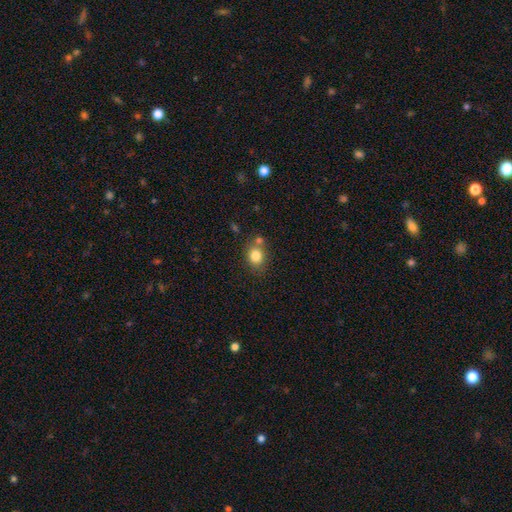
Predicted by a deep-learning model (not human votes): Smooth or featured? smooth (82%)
How rounded? round (59%)
Merging? none (62%)